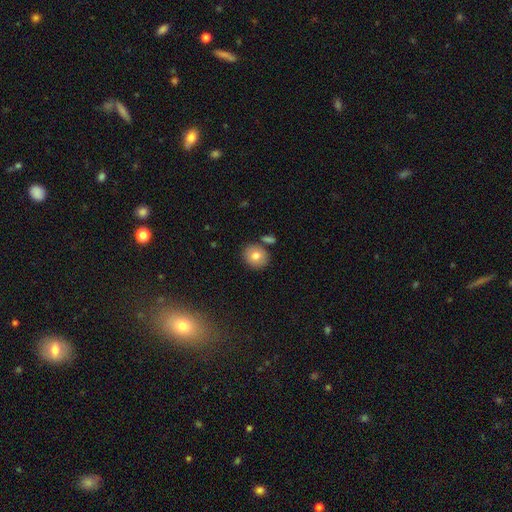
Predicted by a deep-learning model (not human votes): Q: Smooth or featured?
A: smooth (77%); runner-up: featured or disk (13%)
Q: How rounded?
A: round (82%); runner-up: in between (17%)
Q: Merging?
A: none (79%); runner-up: minor disturbance (9%)